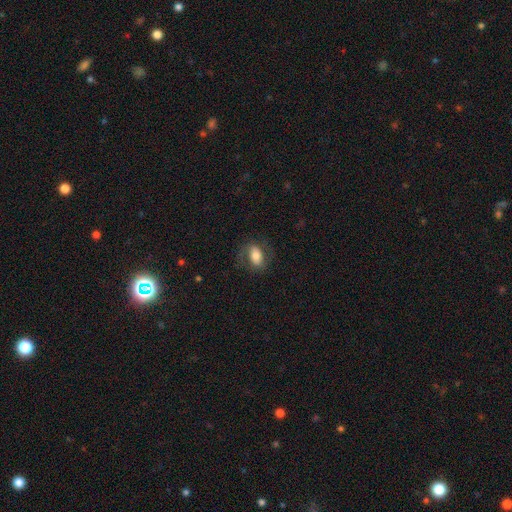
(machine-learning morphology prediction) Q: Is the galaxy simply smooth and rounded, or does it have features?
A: smooth — 62%.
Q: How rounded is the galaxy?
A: in between — 84%.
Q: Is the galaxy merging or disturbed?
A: none — 69%.